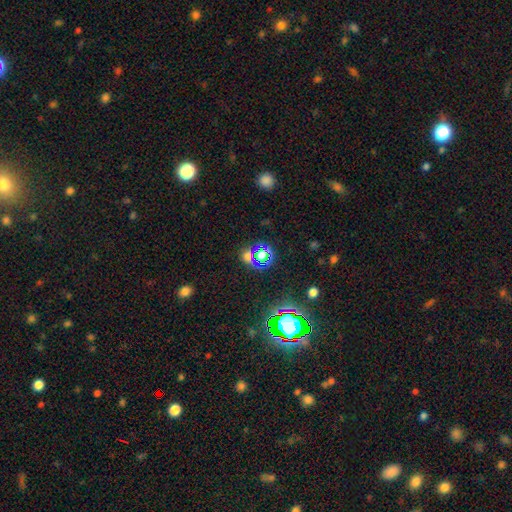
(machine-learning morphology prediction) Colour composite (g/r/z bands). It shows a star or artifact, not a galaxy (62%).